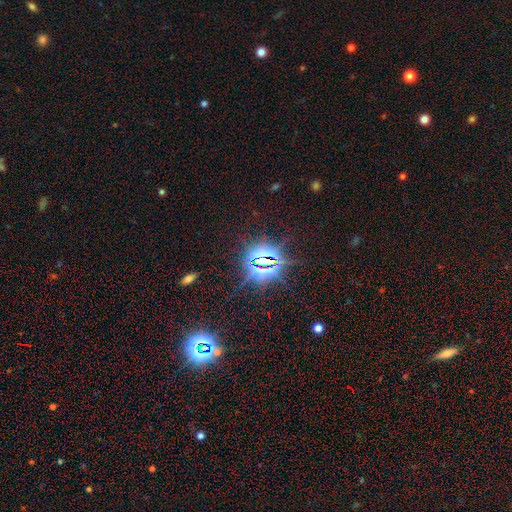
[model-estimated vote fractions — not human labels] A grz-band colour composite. It shows a star or artifact, not a galaxy (85%).